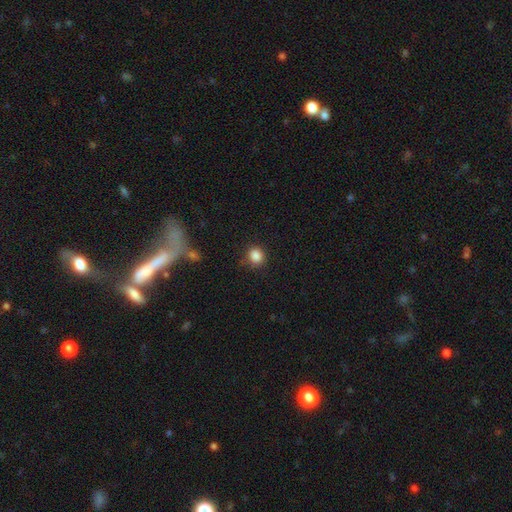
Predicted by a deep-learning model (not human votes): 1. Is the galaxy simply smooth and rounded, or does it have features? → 86% smooth, 10% star or artifact, 4% featured or disk.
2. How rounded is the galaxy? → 82% round, 17% in between, 1% cigar-shaped.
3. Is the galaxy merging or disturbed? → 82% none, 13% minor disturbance, 3% major disturbance, 2% merger.